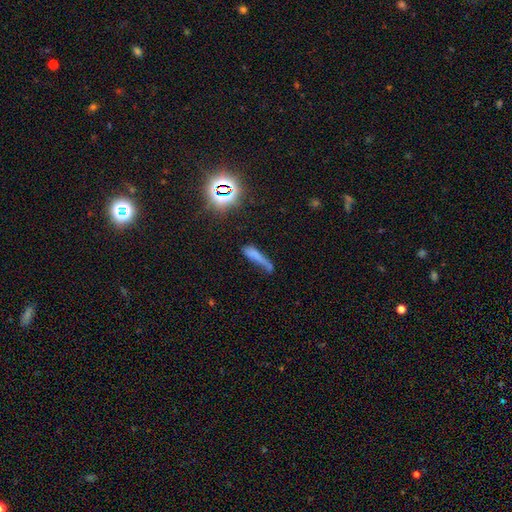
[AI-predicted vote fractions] This is possibly a smooth galaxy (59%). How rounded: likely cigar-shaped (76%). Merging: marginally none (38%).